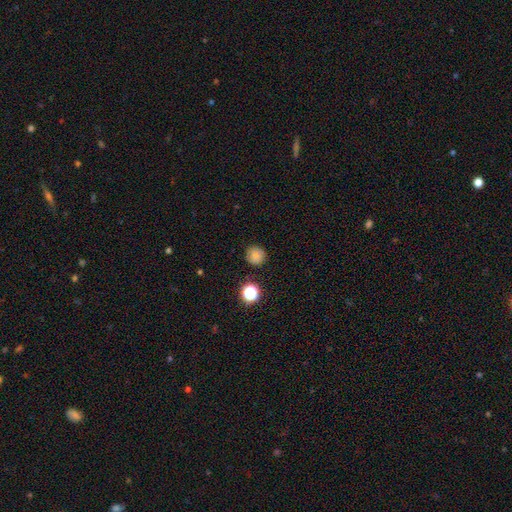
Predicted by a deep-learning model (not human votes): smooth-or-featured: smooth: 79% | star or artifact: 13% | featured or disk: 7%
  how-rounded: round: 93% | in between: 6% | cigar-shaped: 1%
  merging: none: 87% | minor disturbance: 8% | major disturbance: 2% | merger: 2%